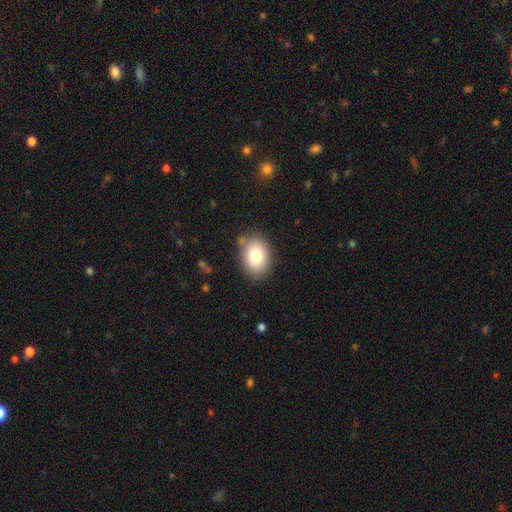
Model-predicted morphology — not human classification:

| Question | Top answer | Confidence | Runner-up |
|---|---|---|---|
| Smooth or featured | smooth | 80% | featured or disk (12%) |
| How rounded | in between | 75% | round (24%) |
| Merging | none | 80% | minor disturbance (14%) |